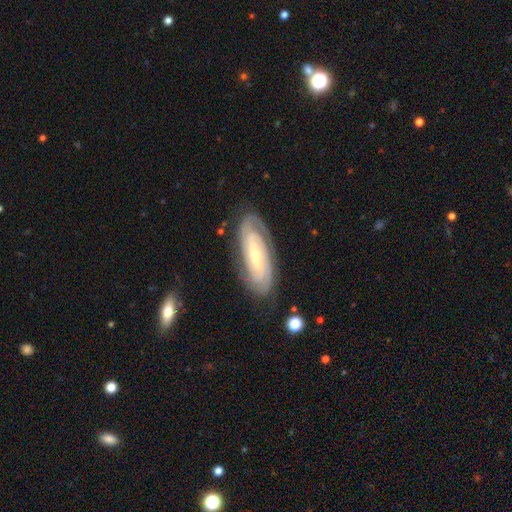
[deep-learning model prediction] featured or disk 84%, smooth 10%, star or artifact 6%. Down the decision tree: edge-on disk — no (91%); bar — no (54%); spiral arms — yes (96%); spiral arm count — 2 (38%); spiral winding — tight (76%); bulge size — small (74%); merging — none (80%).